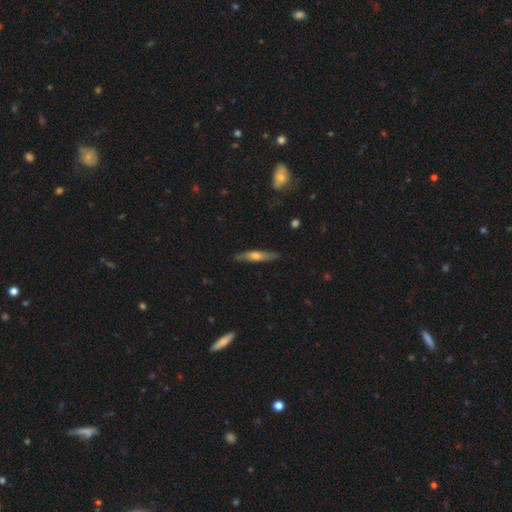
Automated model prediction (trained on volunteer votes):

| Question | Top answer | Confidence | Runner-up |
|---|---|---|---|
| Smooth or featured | featured or disk | 54% | smooth (40%) |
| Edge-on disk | yes | 90% | no (10%) |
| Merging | none | 86% | minor disturbance (11%) |